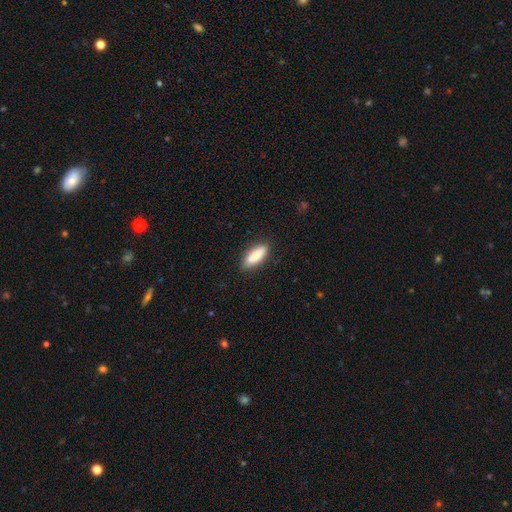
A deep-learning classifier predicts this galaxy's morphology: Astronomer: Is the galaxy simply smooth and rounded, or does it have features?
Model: smooth — 83%.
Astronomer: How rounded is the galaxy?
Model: in between — 70%.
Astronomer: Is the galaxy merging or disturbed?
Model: none — 85%.